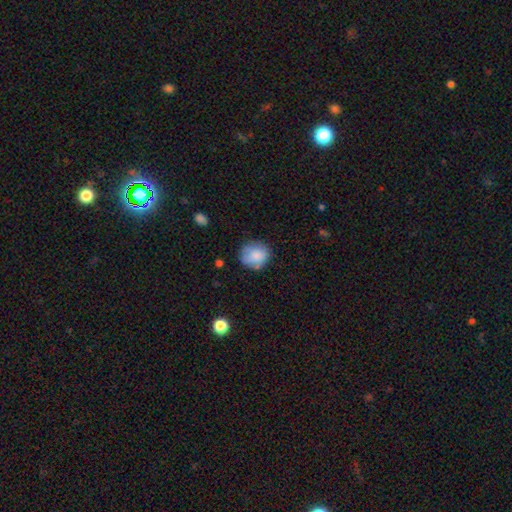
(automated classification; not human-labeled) A smooth galaxy with no disk features (81%) that is round (79%). Merging: none (70%).